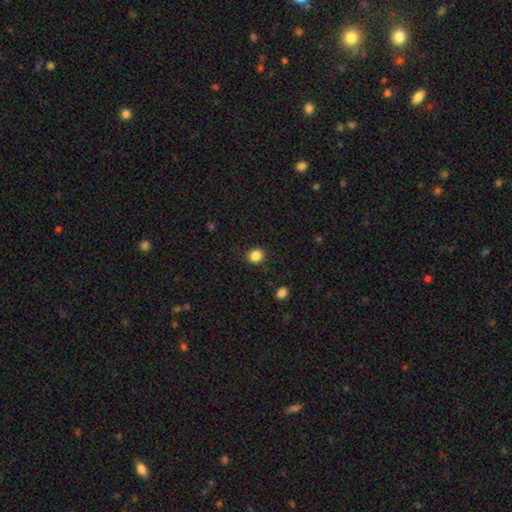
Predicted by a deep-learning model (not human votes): smooth 86%, star or artifact 11%, featured or disk 3%. Down the decision tree: how rounded — round (80%); merging — none (89%).